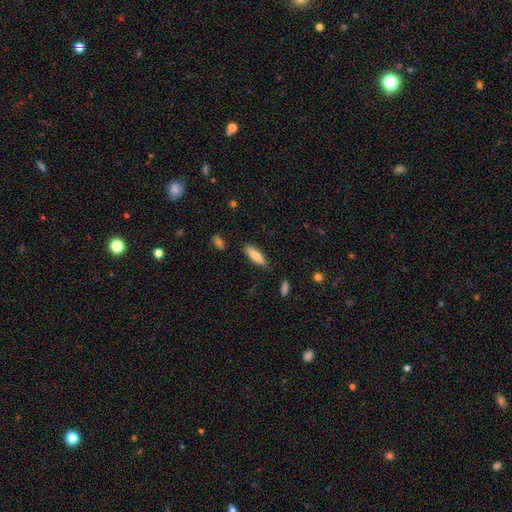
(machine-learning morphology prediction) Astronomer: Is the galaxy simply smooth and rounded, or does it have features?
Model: smooth — 78%.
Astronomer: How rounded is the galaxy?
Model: cigar-shaped — 55% (runner-up: in between, 44%).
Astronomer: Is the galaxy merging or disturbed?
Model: none — 83%.